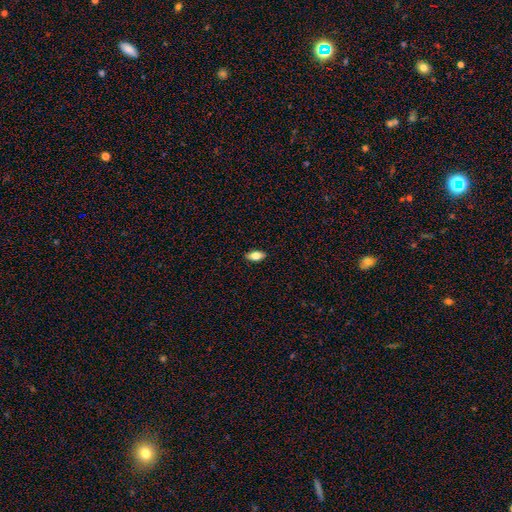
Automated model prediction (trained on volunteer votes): Smooth or featured? smooth (76%)
How rounded? in between (88%)
Merging? none (89%)